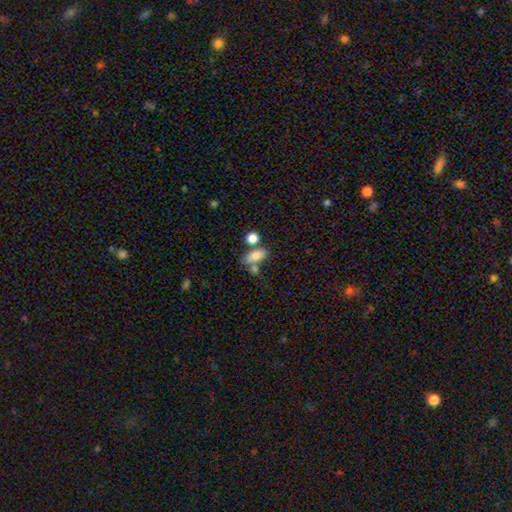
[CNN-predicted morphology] Smooth or featured? smooth (80%)
How rounded? in between (83%)
Merging? none (46%)